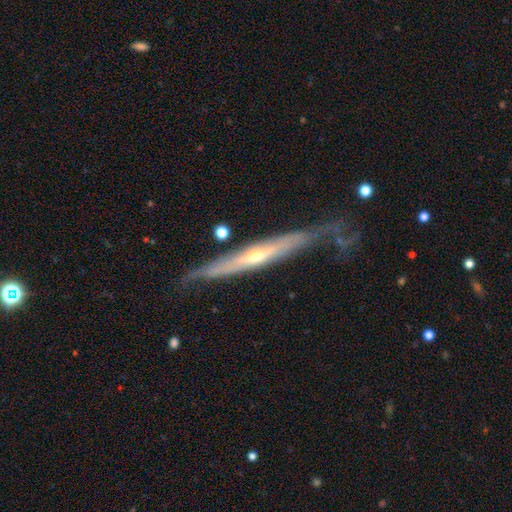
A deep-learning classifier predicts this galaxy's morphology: The model was most divided on "merging": none: 60%, minor disturbance: 26%, major disturbance: 10%, merger: 4%. More confident: edge-on disk — yes (84%); smooth or featured — featured or disk (77%); edge-on bulge — rounded (71%).